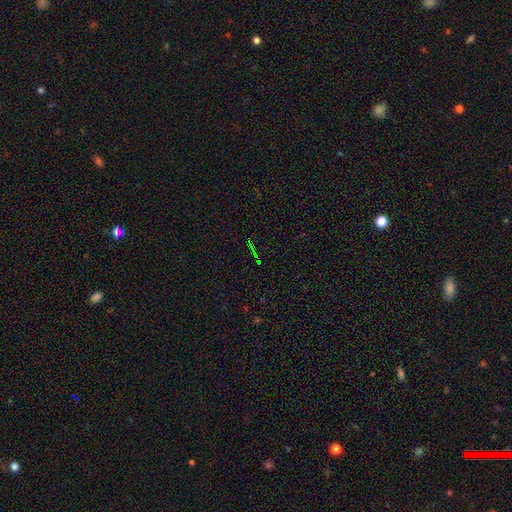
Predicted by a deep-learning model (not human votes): Smooth or featured: star or artifact — 77% (smooth — 11%)